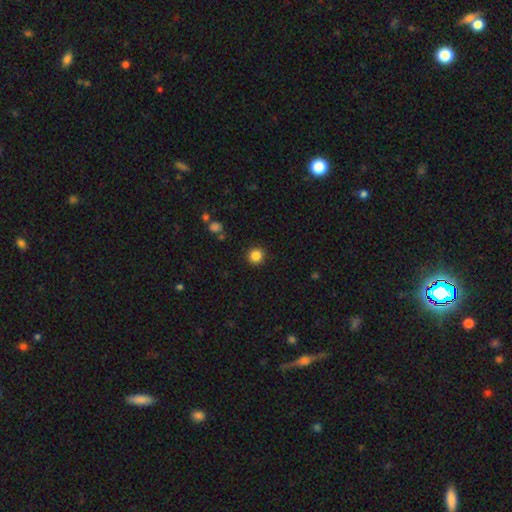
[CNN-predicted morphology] Smooth or featured? Predicted: smooth (p=0.85). How rounded? Predicted: round (p=0.93). Merging? Predicted: none (p=0.91).